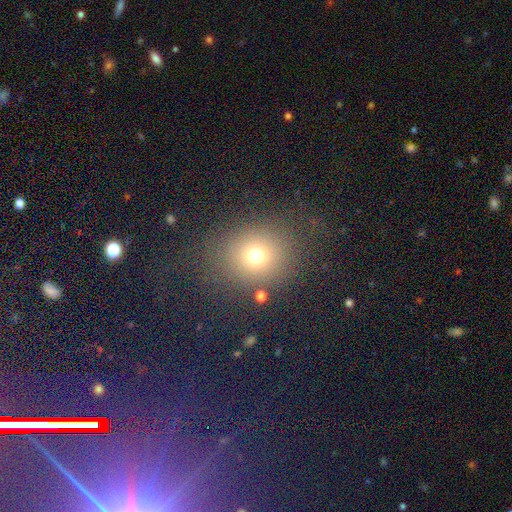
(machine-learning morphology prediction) The model was most divided on "smooth or featured": smooth: 71%, star or artifact: 19%, featured or disk: 11%. More confident: merging — none (79%); how rounded — round (77%).